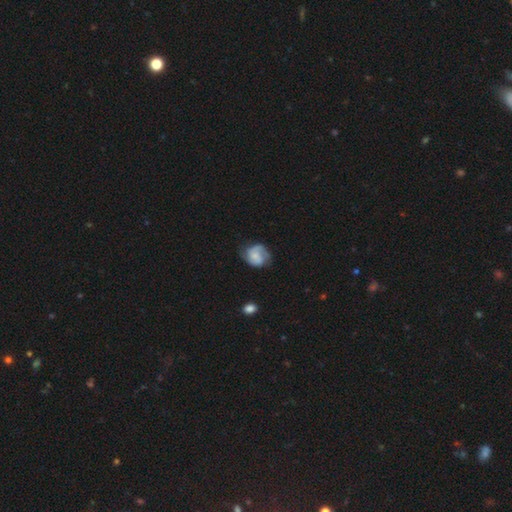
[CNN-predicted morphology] This appears to be a featured or disk galaxy (66%) with no bar (60%), 2 (70%) medium (46%) spiral arms (92%) and a small central bulge (45%). Merging: none (62%).